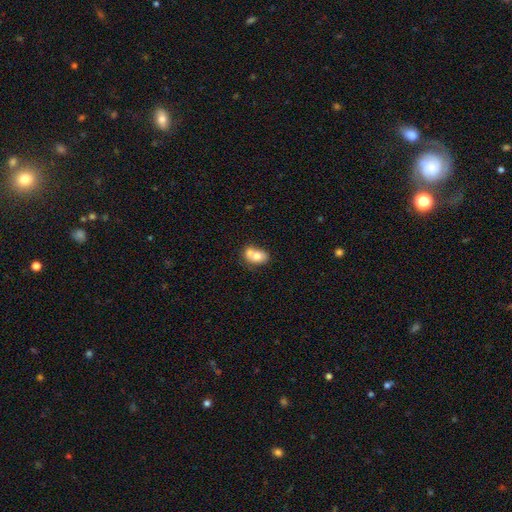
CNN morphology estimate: Q: Smooth or featured?
A: smooth (71%); runner-up: featured or disk (21%)
Q: How rounded?
A: in between (67%); runner-up: round (31%)
Q: Merging?
A: merger (56%); runner-up: none (28%)